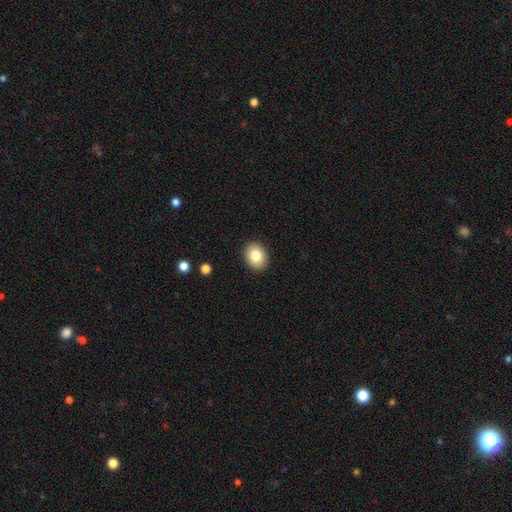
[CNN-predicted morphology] smooth_or_featured: smooth (p=0.83) [alt: star or artifact p=0.08]
how_rounded: in between (p=0.58) [alt: round p=0.41]
merging: none (p=0.90) [alt: minor disturbance p=0.07]